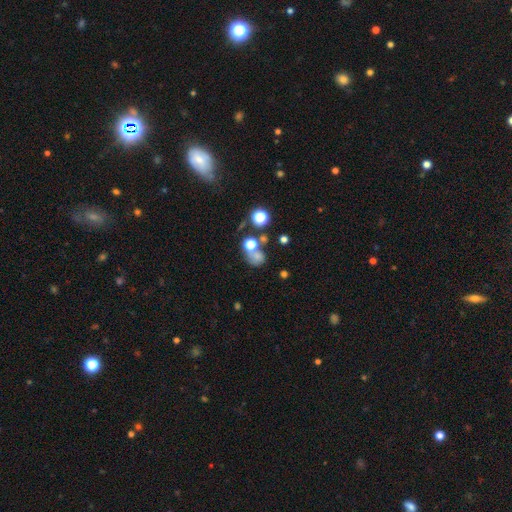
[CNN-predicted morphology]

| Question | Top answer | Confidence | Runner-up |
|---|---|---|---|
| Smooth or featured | smooth | 61% | star or artifact (23%) |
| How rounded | round | 66% | in between (33%) |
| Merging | none | 38% | merger (37%) |